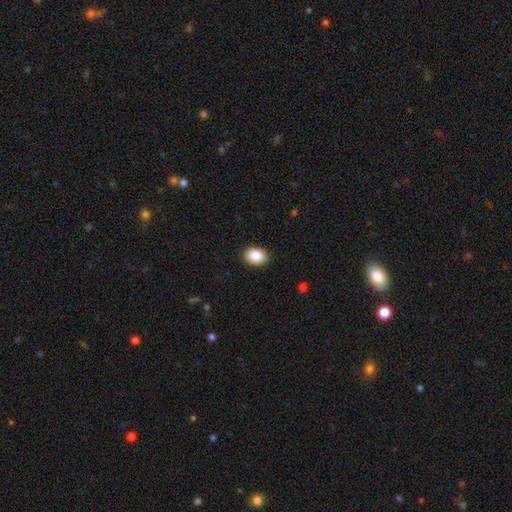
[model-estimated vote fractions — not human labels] A smooth galaxy with no disk features (88%) that is in between round and cigar-shaped (69%). Merging: none (91%).